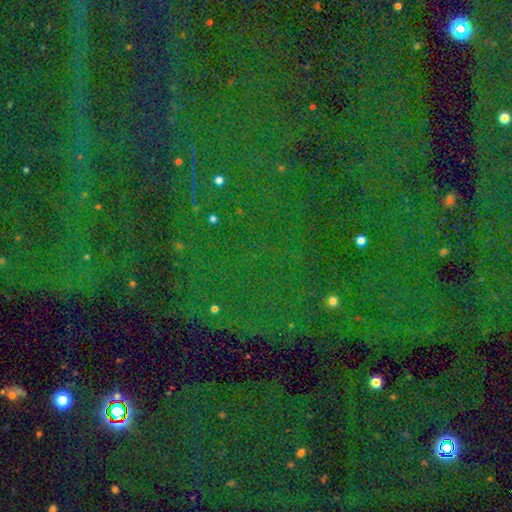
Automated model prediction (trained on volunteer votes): Smooth or featured?
  - star or artifact: 85% *
  - smooth: 9%
  - featured or disk: 7%